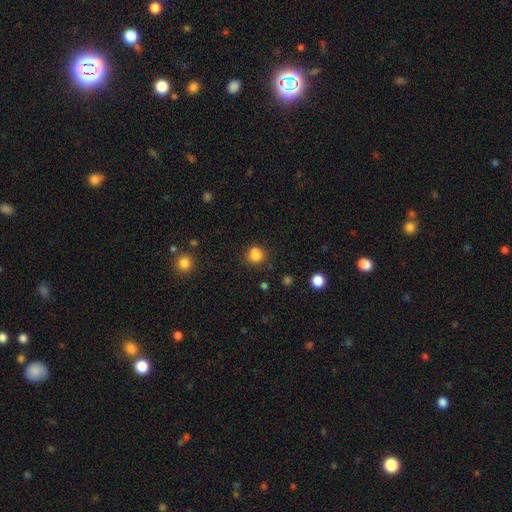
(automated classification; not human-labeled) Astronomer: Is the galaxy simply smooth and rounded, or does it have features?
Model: smooth — 81%.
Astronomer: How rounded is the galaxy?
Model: round — 77%.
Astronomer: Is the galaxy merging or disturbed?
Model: none — 61%.